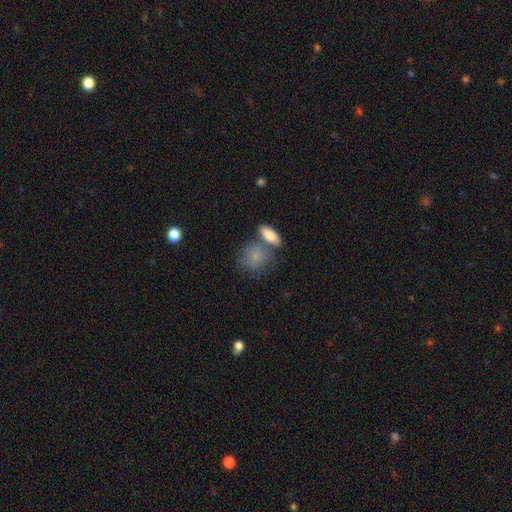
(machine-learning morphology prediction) smooth_or_featured: smooth (p=0.81) [alt: featured or disk p=0.12]
how_rounded: round (p=0.53) [alt: in between p=0.44]
merging: none (p=0.46) [alt: merger p=0.31]